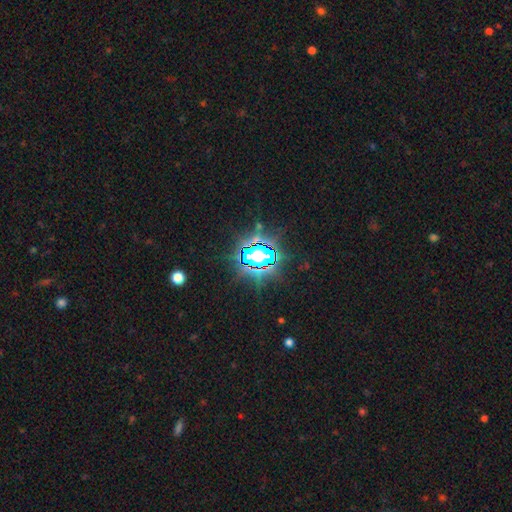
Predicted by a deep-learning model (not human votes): star or artifact 75%, smooth 14%, featured or disk 10%.